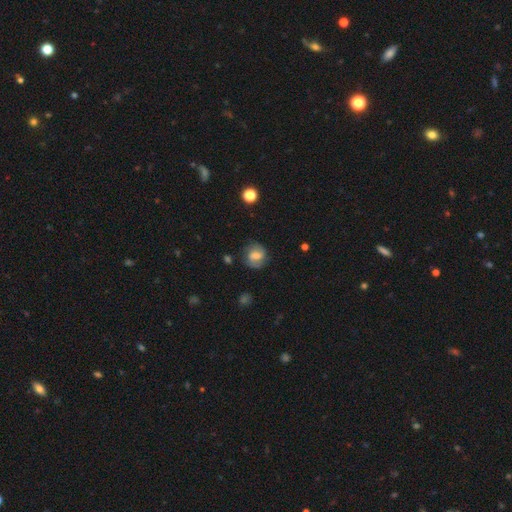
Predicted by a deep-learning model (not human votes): smooth-or-featured: smooth: 46% | featured or disk: 45% | star or artifact: 9%
  merging: none: 73% | minor disturbance: 18% | major disturbance: 7% | merger: 3%